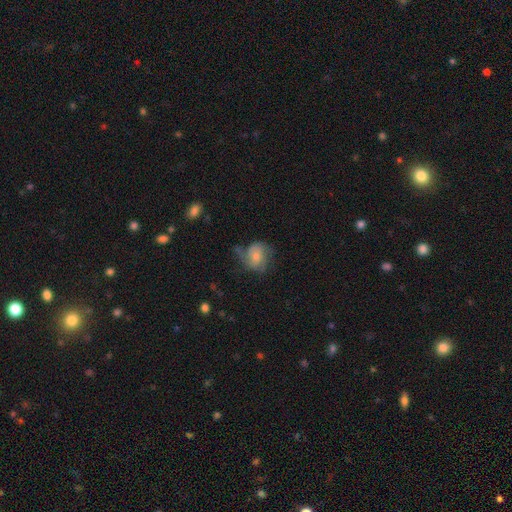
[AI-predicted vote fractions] This appears to be a smooth galaxy with no disk features (49%). Merging: none (44%).